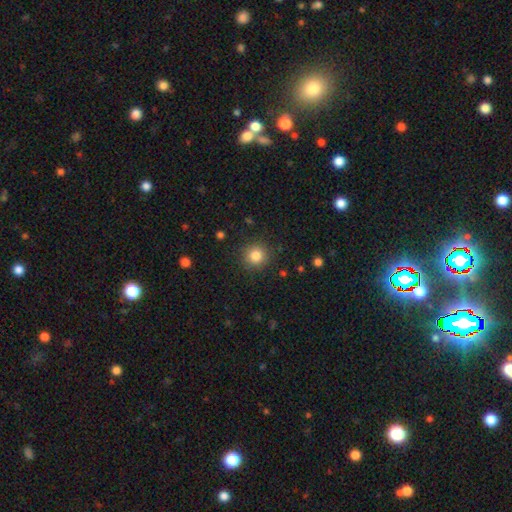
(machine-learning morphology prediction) A smooth galaxy with no disk features (83%) that is round (94%).

Vote fractions:
- Smooth or featured? smooth: 83% / star or artifact: 12% / featured or disk: 6%
- How rounded? round: 94% / in between: 5% / cigar-shaped: 1%
- Merging? none: 90% / minor disturbance: 6% / major disturbance: 2% / merger: 1%